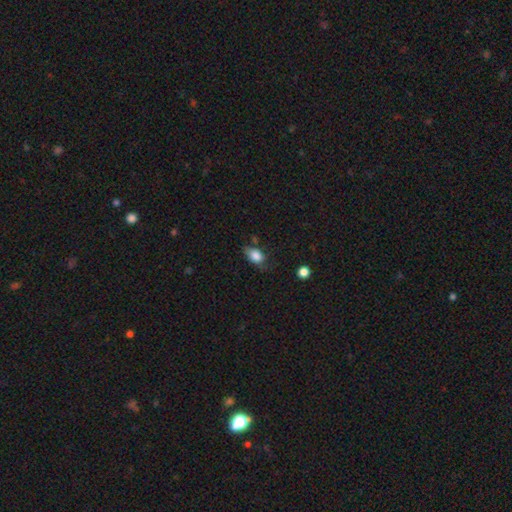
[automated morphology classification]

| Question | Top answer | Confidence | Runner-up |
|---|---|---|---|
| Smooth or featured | smooth | 81% | featured or disk (10%) |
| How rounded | in between | 83% | round (14%) |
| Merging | none | 53% | minor disturbance (33%) |